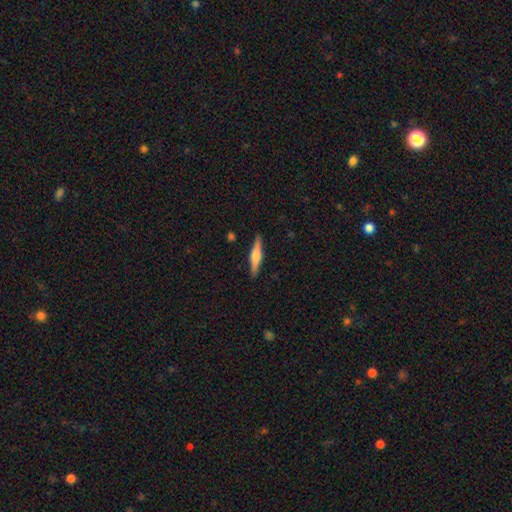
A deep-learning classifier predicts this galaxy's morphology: Q: Smooth or featured?
A: featured or disk (59%); runner-up: smooth (35%)
Q: Edge-on disk?
A: yes (97%); runner-up: no (3%)
Q: Edge-on bulge?
A: rounded (79%); runner-up: boxy (16%)
Q: Merging?
A: none (90%); runner-up: minor disturbance (7%)